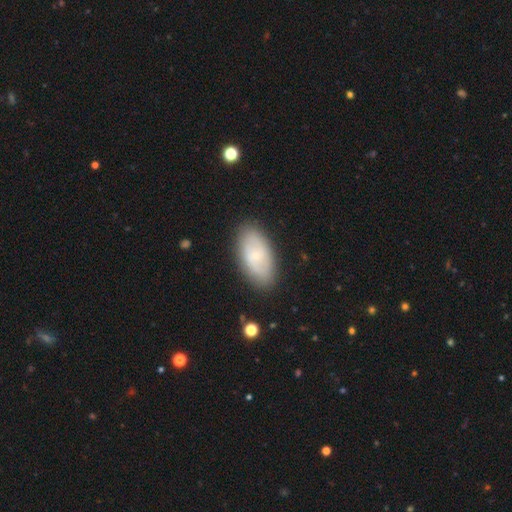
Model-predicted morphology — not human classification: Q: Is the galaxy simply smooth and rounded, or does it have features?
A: smooth — 56%.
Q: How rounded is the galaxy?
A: in between — 93%.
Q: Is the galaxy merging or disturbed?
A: none — 85%.